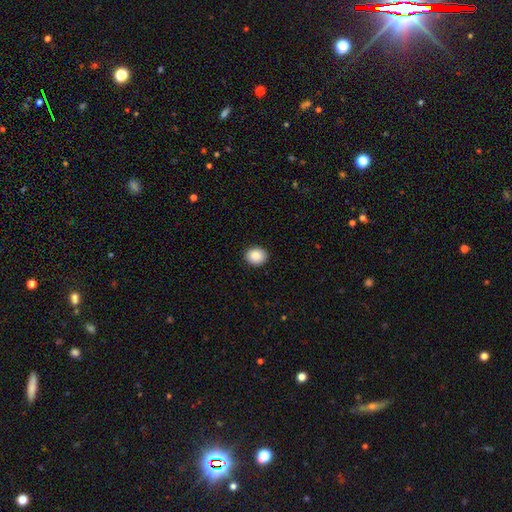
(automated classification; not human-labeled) Smooth or featured? smooth (85%)
How rounded? round (71%)
Merging? none (92%)